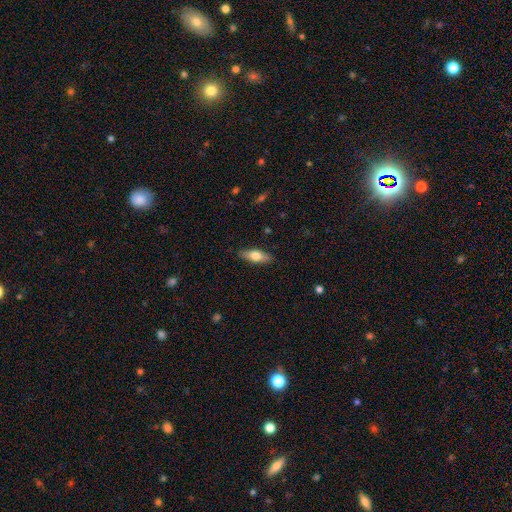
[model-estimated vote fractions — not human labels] Smooth or featured? Predicted: smooth (p=0.67). How rounded? Predicted: in between (p=0.65). Merging? Predicted: none (p=0.88).